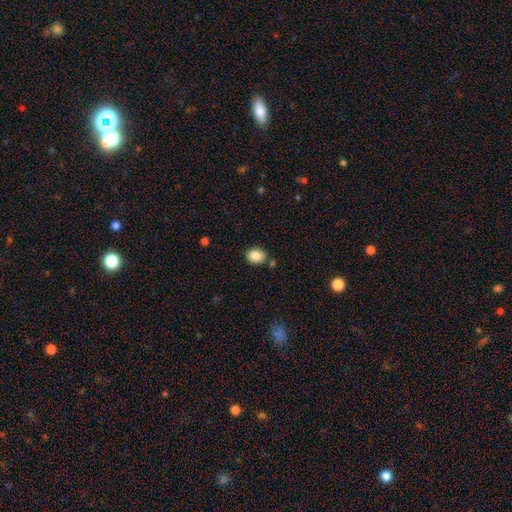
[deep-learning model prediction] The model was most divided on "how rounded": in between: 60%, round: 39%, cigar-shaped: 1%. More confident: smooth or featured — smooth (87%); merging — none (81%).